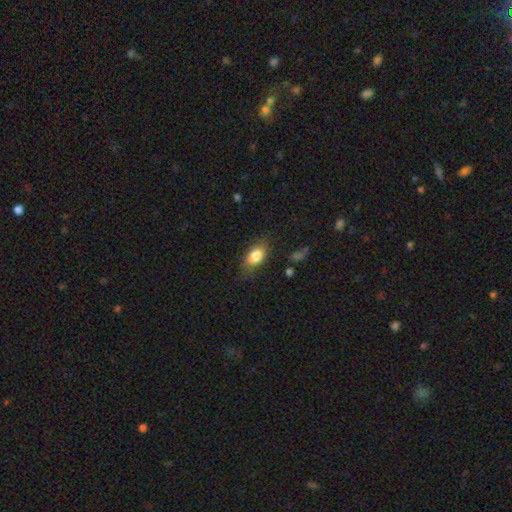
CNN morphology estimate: A smooth galaxy with no disk features (80%) that is in between round and cigar-shaped (86%). Merging: none (72%).